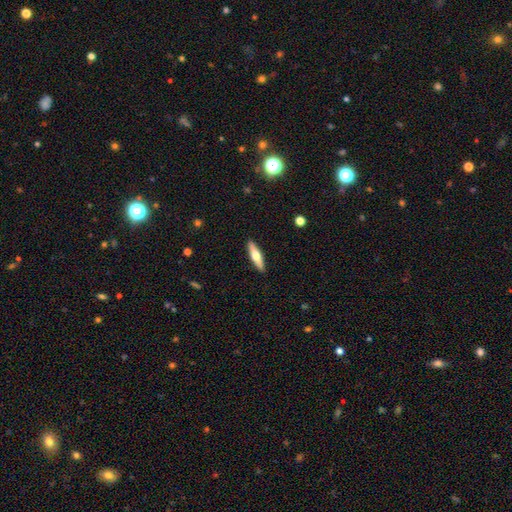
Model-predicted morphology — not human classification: A featured or disk galaxy (49%). Merging: none (91%).